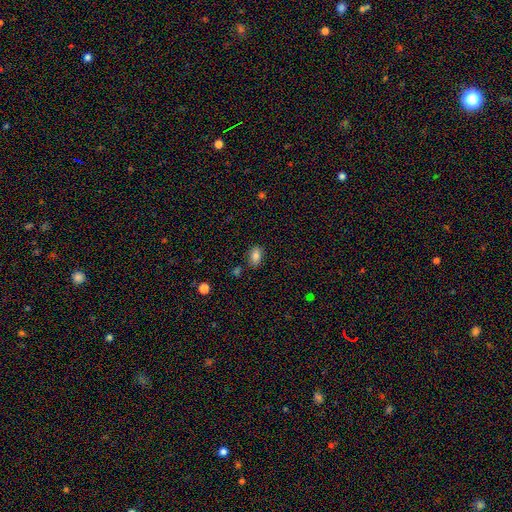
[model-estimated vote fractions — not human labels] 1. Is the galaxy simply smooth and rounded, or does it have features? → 81% smooth, 10% star or artifact, 9% featured or disk.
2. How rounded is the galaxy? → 87% in between, 11% round, 2% cigar-shaped.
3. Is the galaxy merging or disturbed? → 81% none, 12% minor disturbance, 4% merger, 3% major disturbance.